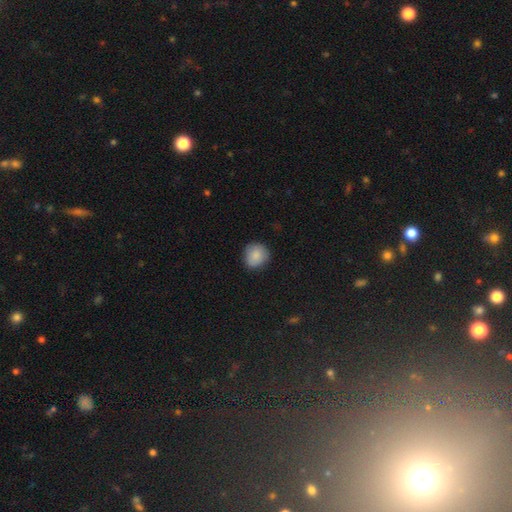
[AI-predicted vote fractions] This is clearly a smooth galaxy (87%). How rounded: clearly round (85%). Merging: clearly none (82%).